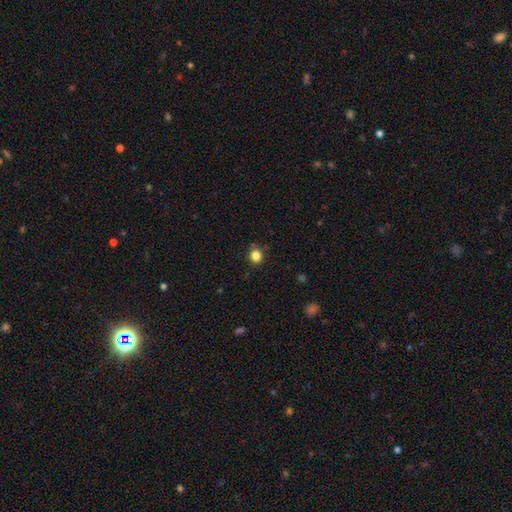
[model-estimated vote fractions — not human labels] Q: Smooth or featured?
A: smooth (83%); runner-up: star or artifact (13%)
Q: How rounded?
A: round (84%); runner-up: in between (15%)
Q: Merging?
A: none (83%); runner-up: minor disturbance (12%)